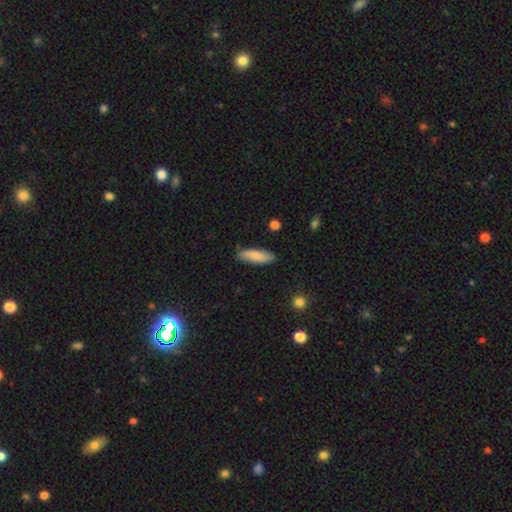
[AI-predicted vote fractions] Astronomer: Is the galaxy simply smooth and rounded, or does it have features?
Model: smooth — 83%.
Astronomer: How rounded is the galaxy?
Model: cigar-shaped — 50% (runner-up: in between, 48%).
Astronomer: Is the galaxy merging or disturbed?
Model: none — 86%.